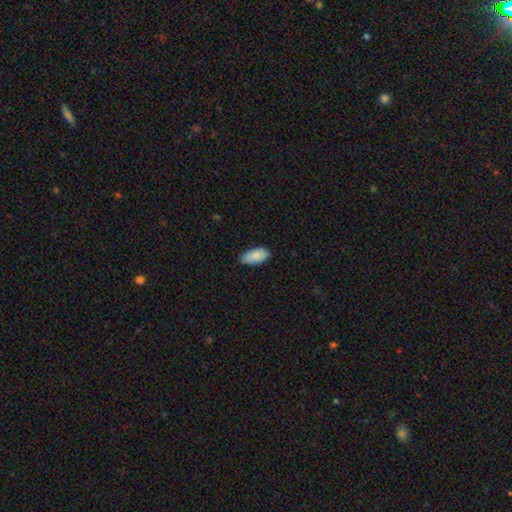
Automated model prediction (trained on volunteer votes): This appears to be a smooth galaxy with no disk features (86%) that is in between round and cigar-shaped (93%). Merging: none (75%).